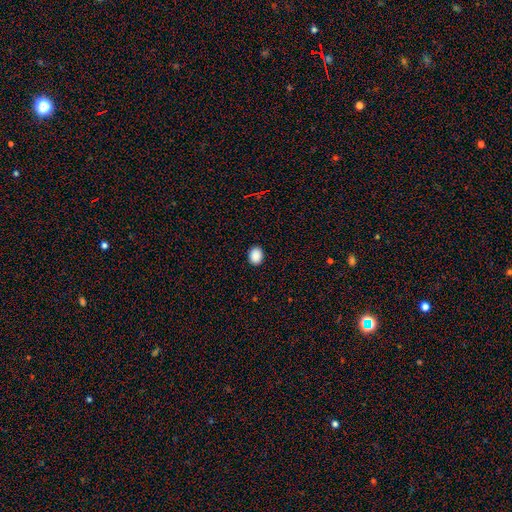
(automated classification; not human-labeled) Q: Smooth or featured?
A: smooth (89%); runner-up: star or artifact (8%)
Q: How rounded?
A: in between (54%); runner-up: round (45%)
Q: Merging?
A: none (91%); runner-up: minor disturbance (6%)